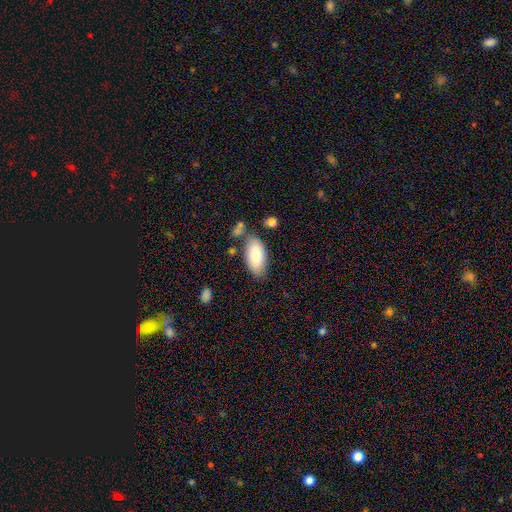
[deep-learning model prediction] Smooth or featured?
  - smooth: 79% *
  - featured or disk: 15%
  - star or artifact: 6%
How rounded?
  - in between: 92% *
  - cigar-shaped: 6%
  - round: 2%
Merging?
  - none: 73% *
  - minor disturbance: 16%
  - merger: 7%
  - major disturbance: 4%